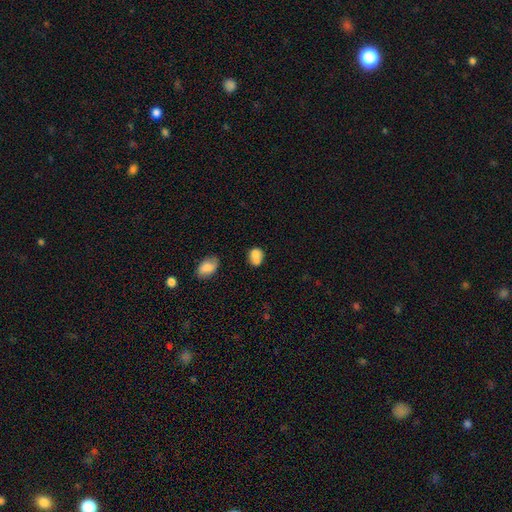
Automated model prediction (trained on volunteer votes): Smooth or featured: smooth — 75% (featured or disk — 16%)
How rounded: in between — 56% (round — 42%)
Merging: merger — 40% (none — 36%)